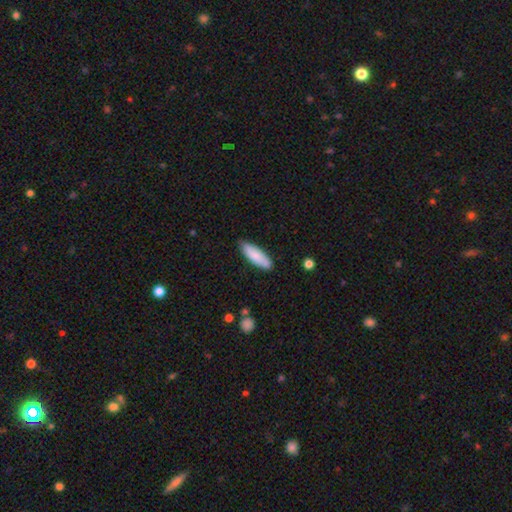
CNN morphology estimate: Smooth or featured: smooth — 84% (featured or disk — 11%)
How rounded: in between — 51% (cigar-shaped — 48%)
Merging: none — 83% (minor disturbance — 14%)